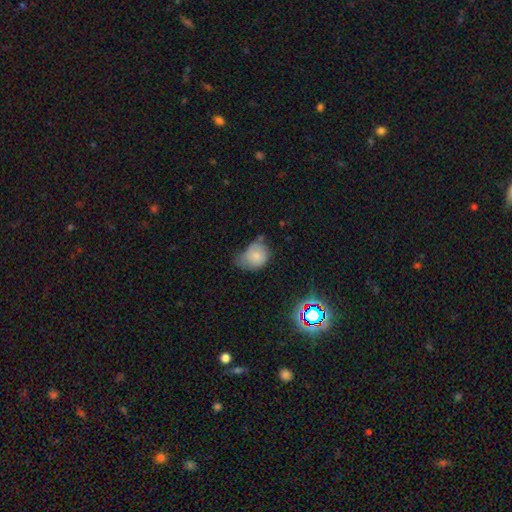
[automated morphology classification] This is likely a smooth galaxy (76%). How rounded: possibly in between (54%). Merging: possibly minor disturbance (47%).